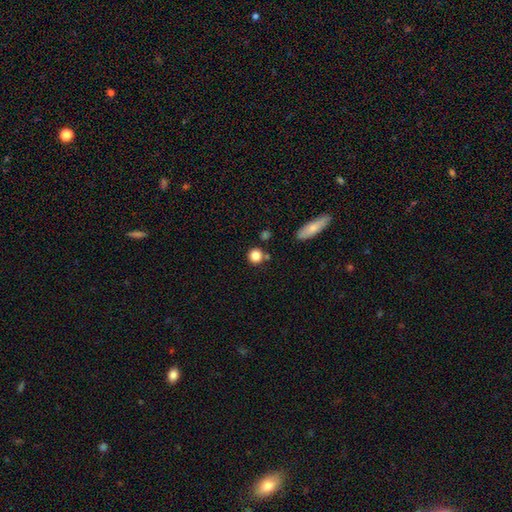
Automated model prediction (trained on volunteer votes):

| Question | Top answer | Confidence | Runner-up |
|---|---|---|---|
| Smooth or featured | smooth | 84% | star or artifact (10%) |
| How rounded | round | 91% | in between (8%) |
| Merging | none | 76% | merger (11%) |